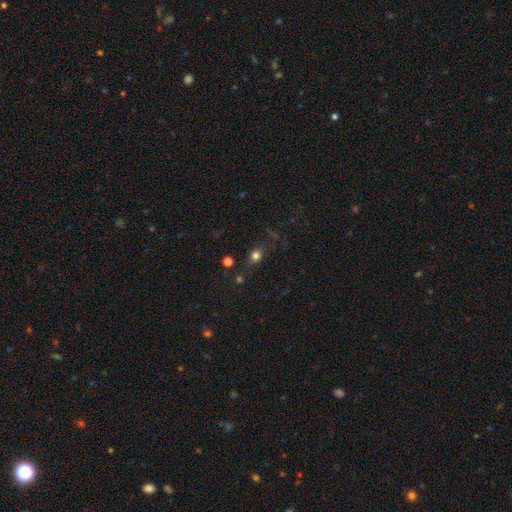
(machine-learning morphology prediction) The model was most divided on "how rounded": round: 60%, in between: 37%, cigar-shaped: 4%. More confident: merging — none (71%); smooth or featured — smooth (70%).